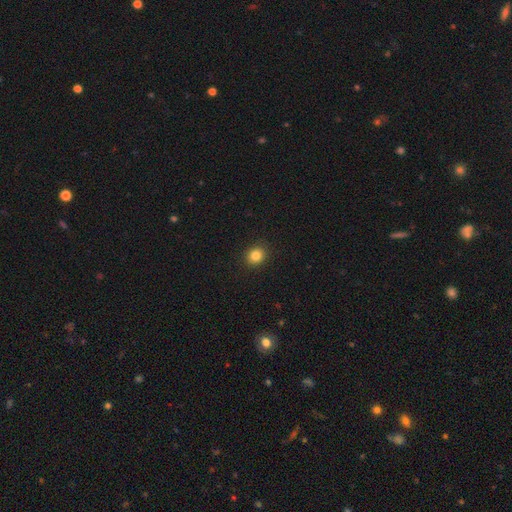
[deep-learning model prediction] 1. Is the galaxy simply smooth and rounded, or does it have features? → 83% smooth, 11% star or artifact, 5% featured or disk.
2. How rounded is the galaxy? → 77% round, 22% in between, 1% cigar-shaped.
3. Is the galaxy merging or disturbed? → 91% none, 6% minor disturbance, 2% major disturbance, 1% merger.